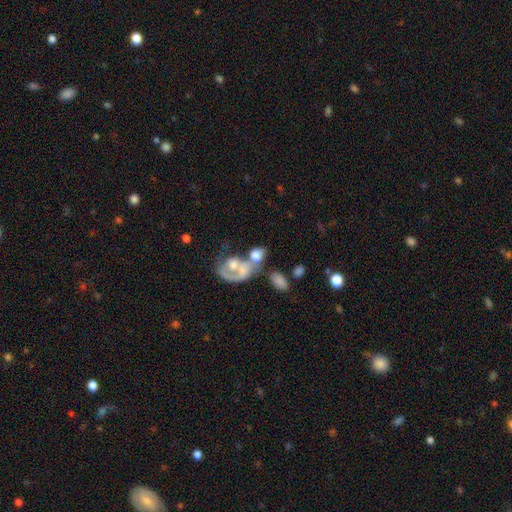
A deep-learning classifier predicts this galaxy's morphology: The model was most divided on "smooth or featured": smooth: 52%, featured or disk: 39%, star or artifact: 10%. More confident: how rounded — in between (68%); merging — merger (57%).